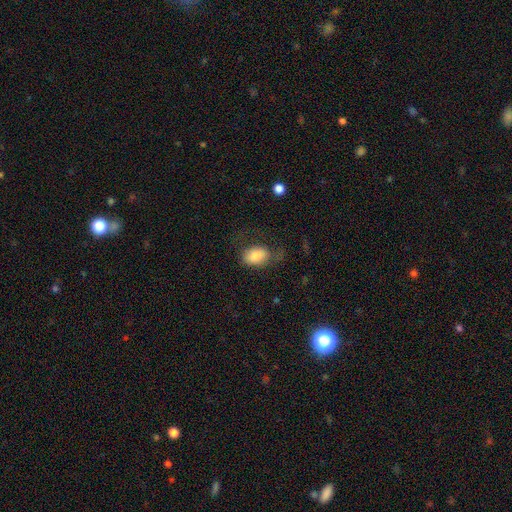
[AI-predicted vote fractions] The model was most divided on "merging": none: 50%, major disturbance: 24%, minor disturbance: 24%, merger: 2%. More confident: how rounded — in between (88%); smooth or featured — smooth (81%).